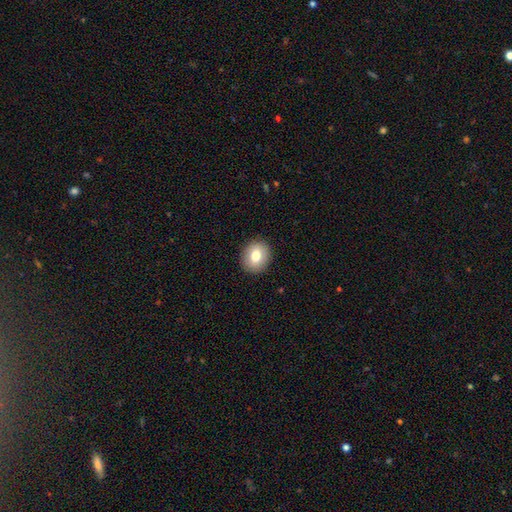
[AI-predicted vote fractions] Smooth or featured: smooth — 78% (featured or disk — 14%)
How rounded: round — 71% (in between — 28%)
Merging: none — 91% (minor disturbance — 6%)